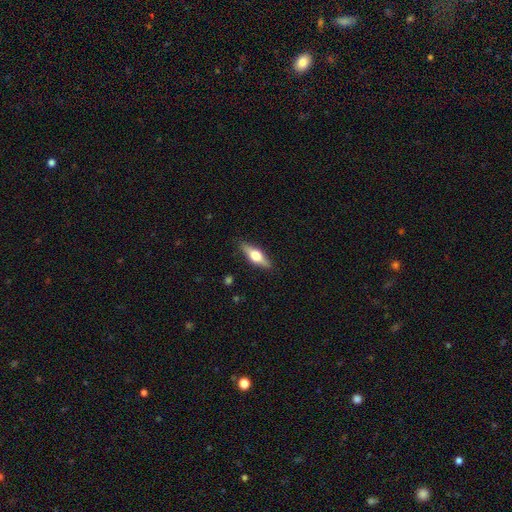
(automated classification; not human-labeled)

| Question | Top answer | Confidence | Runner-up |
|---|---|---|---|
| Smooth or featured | featured or disk | 54% | smooth (40%) |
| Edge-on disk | yes | 93% | no (7%) |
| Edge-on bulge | rounded | 95% | boxy (4%) |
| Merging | none | 88% | minor disturbance (9%) |